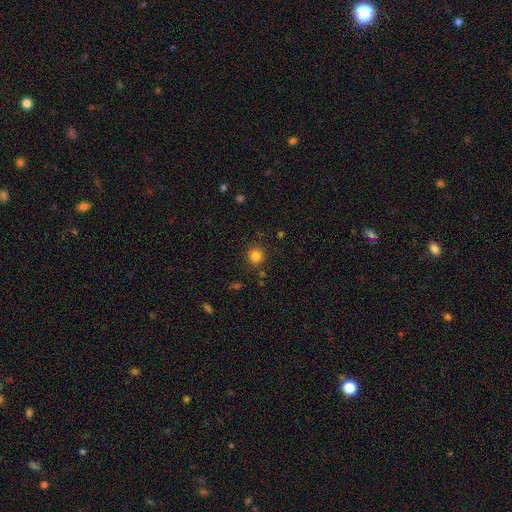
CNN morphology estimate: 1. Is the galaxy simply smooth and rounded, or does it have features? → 83% smooth, 12% star or artifact, 5% featured or disk.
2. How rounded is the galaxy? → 89% round, 10% in between, 1% cigar-shaped.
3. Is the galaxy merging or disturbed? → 86% none, 8% minor disturbance, 3% merger, 3% major disturbance.